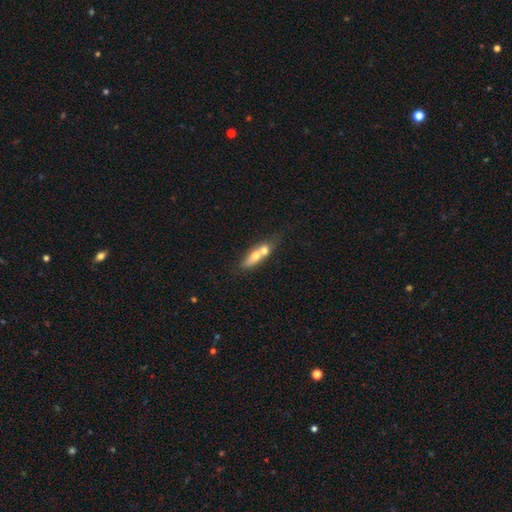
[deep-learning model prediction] smooth-or-featured: smooth: 57% | featured or disk: 35% | star or artifact: 8%
  how-rounded: in between: 49% | cigar-shaped: 42% | round: 9%
  merging: merger: 60% | none: 26% | minor disturbance: 9% | major disturbance: 5%